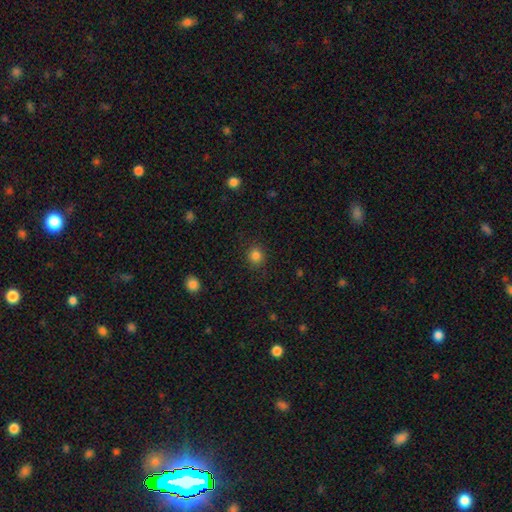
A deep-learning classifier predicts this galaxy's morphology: type=smooth (84%); roundness=round (85%); merging=none (88%).